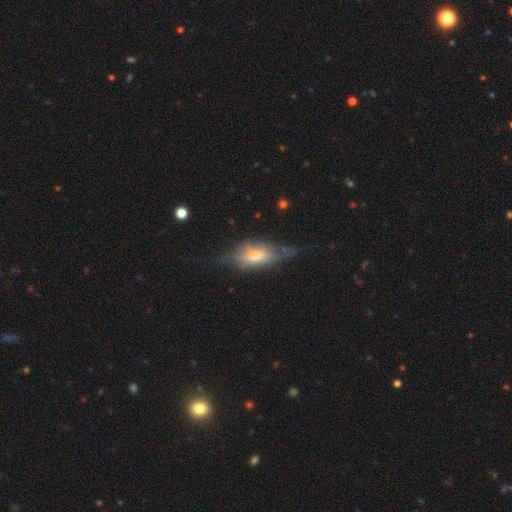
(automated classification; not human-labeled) This appears to be a smooth galaxy with no disk features (48%). Merging: none (41%).